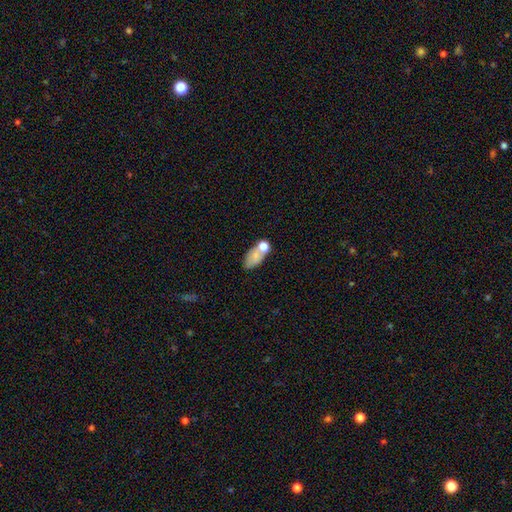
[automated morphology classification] Q: Smooth or featured?
A: smooth (73%); runner-up: featured or disk (17%)
Q: How rounded?
A: in between (85%); runner-up: round (10%)
Q: Merging?
A: none (46%); runner-up: merger (30%)